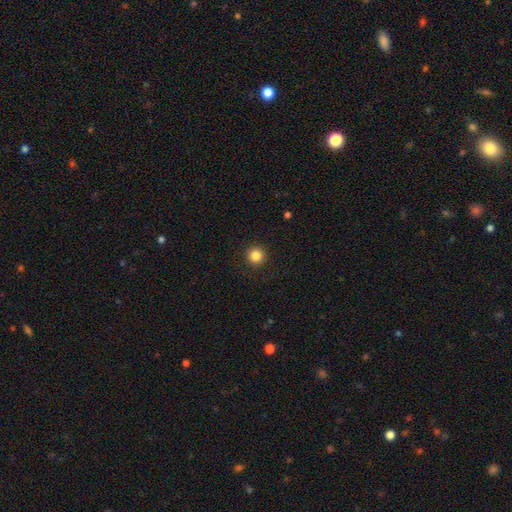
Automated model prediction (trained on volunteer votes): smooth_or_featured: smooth (p=0.85) [alt: star or artifact p=0.11]
how_rounded: round (p=0.95) [alt: in between p=0.04]
merging: none (p=0.92) [alt: minor disturbance p=0.05]